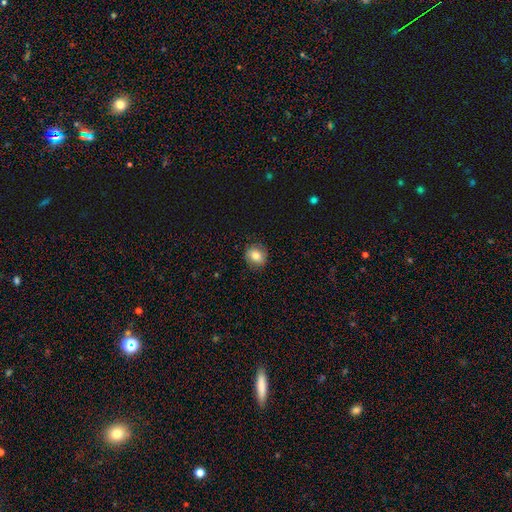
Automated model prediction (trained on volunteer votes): The model was most divided on "how rounded": round: 69%, in between: 30%, cigar-shaped: 1%. More confident: merging — none (84%); smooth or featured — smooth (79%).